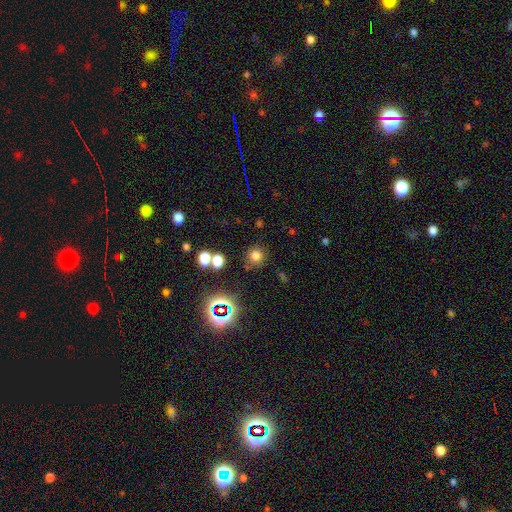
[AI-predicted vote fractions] A smooth galaxy with no disk features (72%) that is round (90%).

Vote fractions:
- Smooth or featured? smooth: 72% / star or artifact: 21% / featured or disk: 7%
- How rounded? round: 90% / in between: 9% / cigar-shaped: 1%
- Merging? none: 80% / minor disturbance: 9% / merger: 7% / major disturbance: 4%